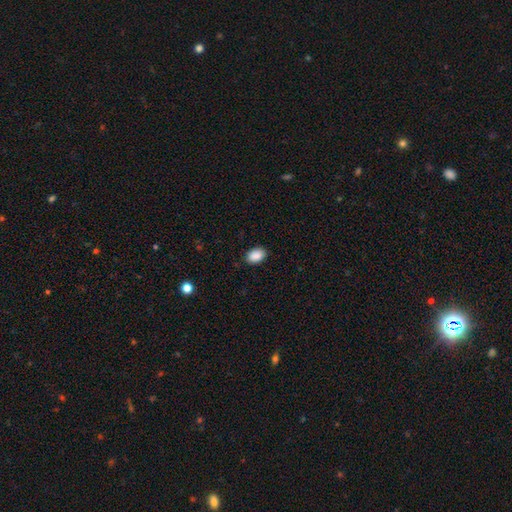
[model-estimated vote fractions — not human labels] A smooth galaxy with no disk features (89%) that is in between round and cigar-shaped (85%).

Vote fractions:
- Smooth or featured? smooth: 89% / star or artifact: 8% / featured or disk: 3%
- How rounded? in between: 85% / round: 14% / cigar-shaped: 1%
- Merging? none: 87% / minor disturbance: 10% / major disturbance: 2% / merger: 1%